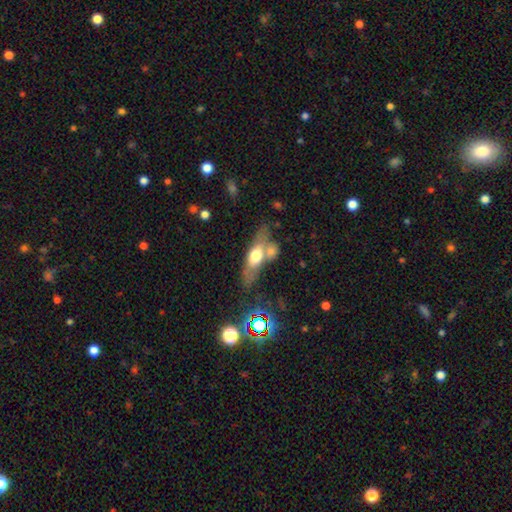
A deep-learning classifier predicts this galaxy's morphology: Smooth or featured?
  - smooth: 50% *
  - featured or disk: 41%
  - star or artifact: 9%
Merging?
  - none: 48% *
  - merger: 29%
  - minor disturbance: 16%
  - major disturbance: 7%